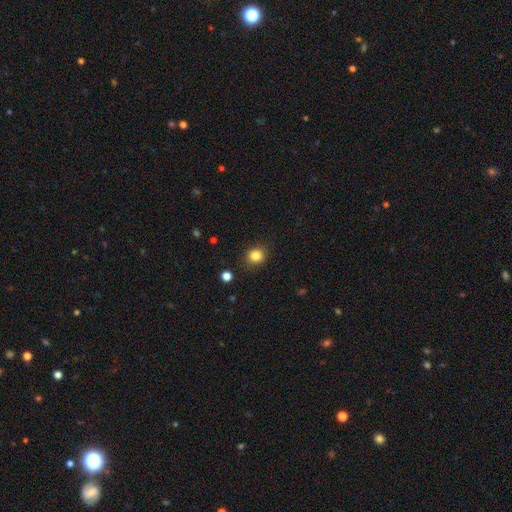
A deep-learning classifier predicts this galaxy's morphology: Smooth or featured: smooth — 84% (star or artifact — 11%)
How rounded: round — 78% (in between — 21%)
Merging: none — 86% (minor disturbance — 10%)